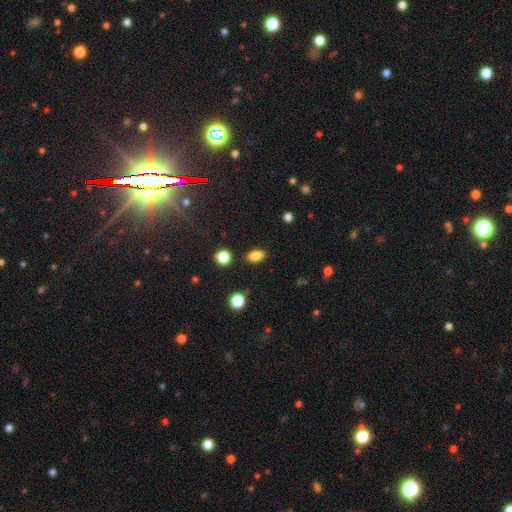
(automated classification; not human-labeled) The model was most divided on "smooth or featured": smooth: 85%, star or artifact: 10%, featured or disk: 5%. More confident: merging — none (88%); how rounded — in between (87%).